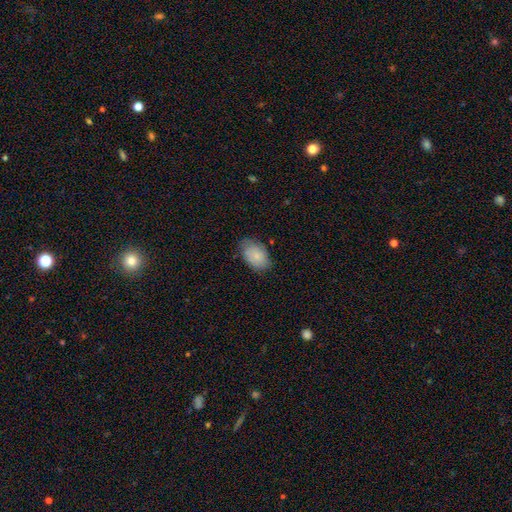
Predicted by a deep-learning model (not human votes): This is likely a smooth galaxy (79%). How rounded: clearly in between (90%). Merging: likely none (70%).